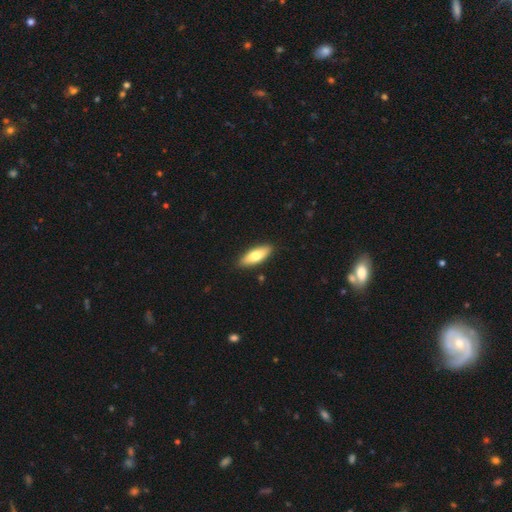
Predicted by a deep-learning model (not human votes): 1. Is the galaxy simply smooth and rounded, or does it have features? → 71% smooth, 23% featured or disk, 5% star or artifact.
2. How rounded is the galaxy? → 65% in between, 32% cigar-shaped, 2% round.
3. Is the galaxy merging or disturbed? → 89% none, 8% minor disturbance, 2% major disturbance, 1% merger.